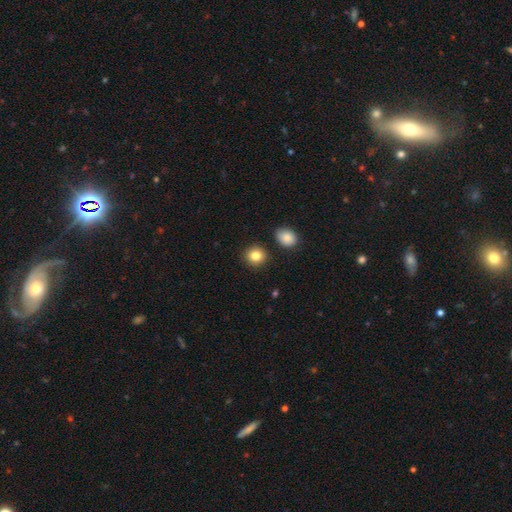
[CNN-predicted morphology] type=smooth (84%); roundness=round (85%); merging=none (87%).